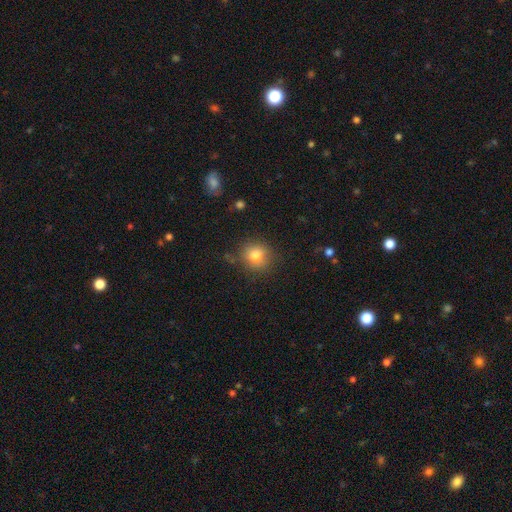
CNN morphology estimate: Smooth or featured: smooth — 79% (star or artifact — 11%)
How rounded: round — 84% (in between — 15%)
Merging: none — 80% (minor disturbance — 14%)